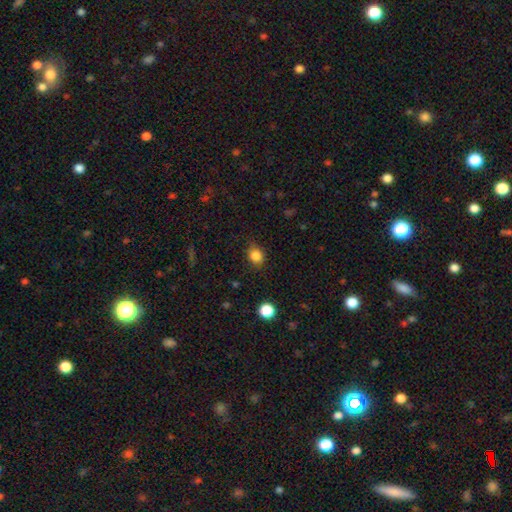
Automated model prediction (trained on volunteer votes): Smooth or featured?
  - smooth: 84% *
  - star or artifact: 12%
  - featured or disk: 5%
How rounded?
  - round: 70% *
  - in between: 29%
  - cigar-shaped: 1%
Merging?
  - none: 78% *
  - minor disturbance: 17%
  - major disturbance: 4%
  - merger: 1%